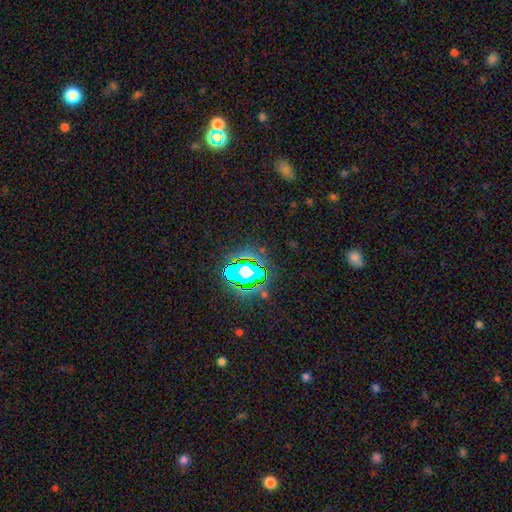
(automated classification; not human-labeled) This is likely a star or artifact rather than a galaxy (78%).